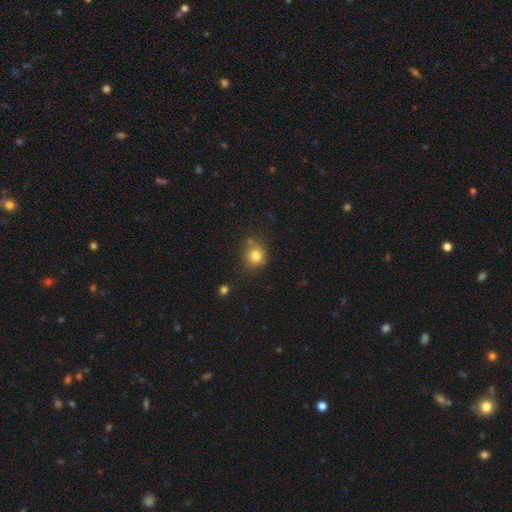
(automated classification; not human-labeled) Overall: smooth (80%). How rounded: round (80%). Merging: none (74%).